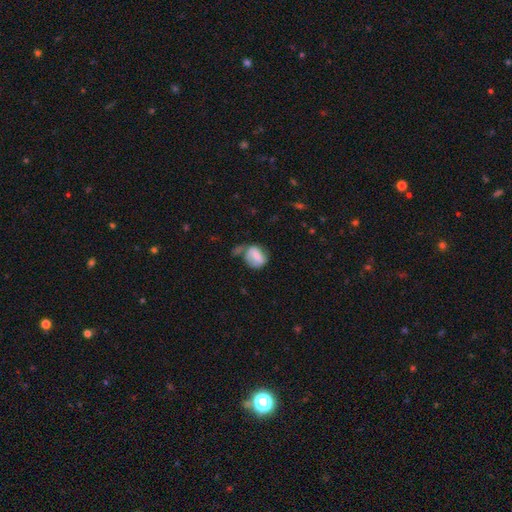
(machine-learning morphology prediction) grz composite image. It shows a smooth galaxy with no disk features (65%) that is round (52%). Merging: none (41%).